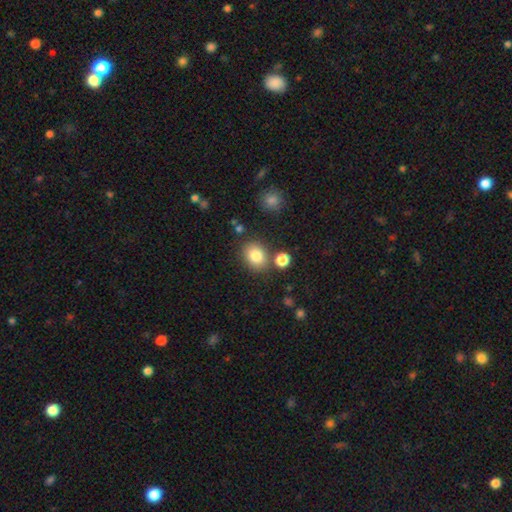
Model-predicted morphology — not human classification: Smooth or featured? Predicted: smooth (p=0.82). How rounded? Predicted: round (p=0.54). Merging? Predicted: none (p=0.77).